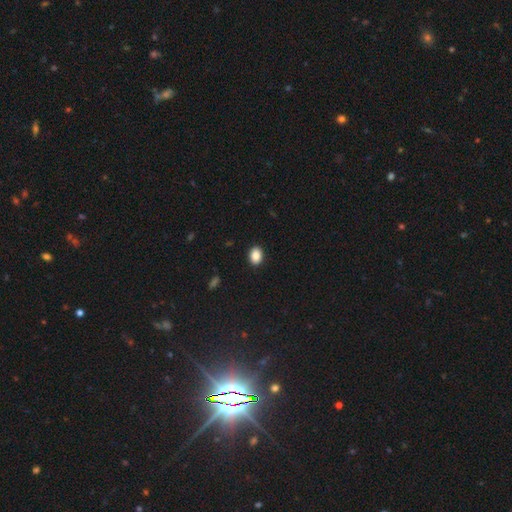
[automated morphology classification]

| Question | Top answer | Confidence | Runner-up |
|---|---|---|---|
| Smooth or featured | smooth | 88% | star or artifact (8%) |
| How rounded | in between | 68% | round (31%) |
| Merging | none | 91% | minor disturbance (7%) |